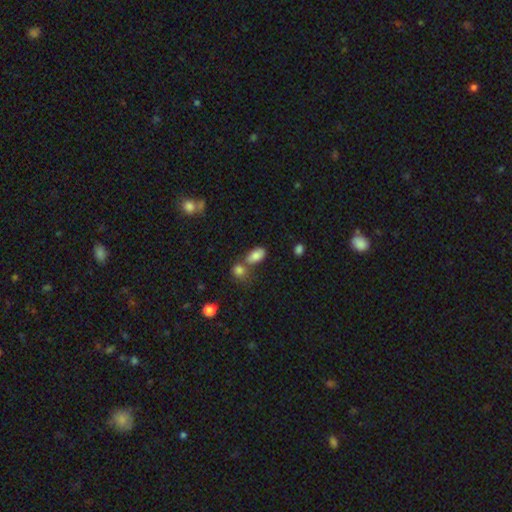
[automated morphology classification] A smooth galaxy with no disk features (81%) that is in between round and cigar-shaped (90%).

Vote fractions:
- Smooth or featured? smooth: 81% / featured or disk: 10% / star or artifact: 10%
- How rounded? in between: 90% / round: 7% / cigar-shaped: 3%
- Merging? none: 50% / merger: 31% / minor disturbance: 14% / major disturbance: 5%